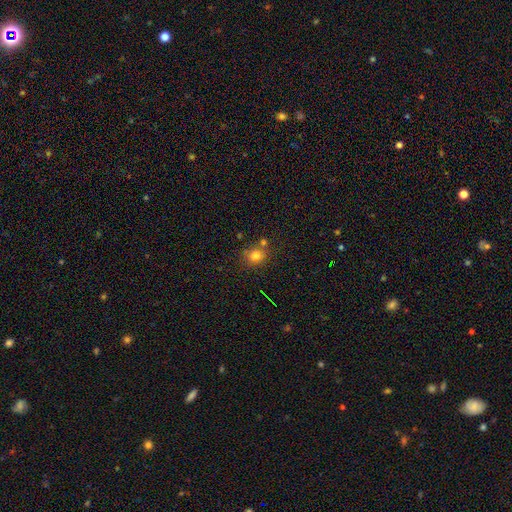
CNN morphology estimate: A smooth galaxy with no disk features (77%) that is round (75%). Merging: none (68%).